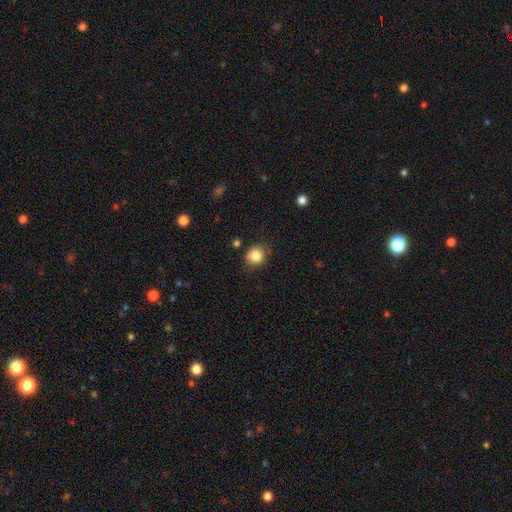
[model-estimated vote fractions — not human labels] Morphology: type=smooth (84%); roundness=round (84%); merging=none (79%).